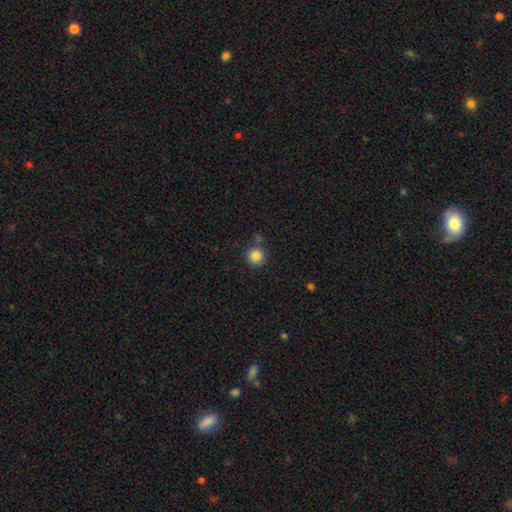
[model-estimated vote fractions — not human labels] Overall: smooth (85%). How rounded: round (95%). Merging: none (77%).